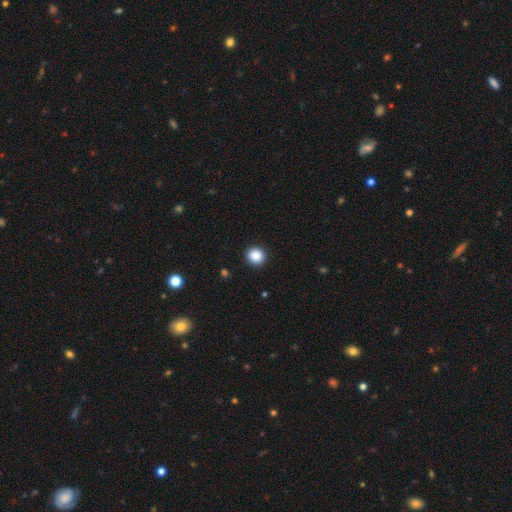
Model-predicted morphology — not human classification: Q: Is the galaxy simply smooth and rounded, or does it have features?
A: smooth — 88%.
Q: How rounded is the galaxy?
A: round — 92%.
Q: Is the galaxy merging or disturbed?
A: none — 92%.